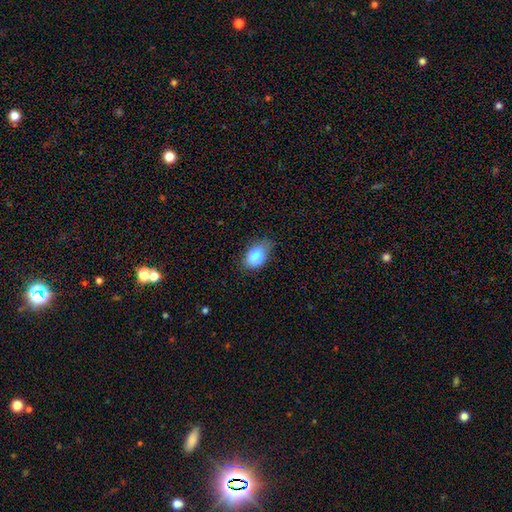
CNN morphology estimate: Smooth or featured?
  - smooth: 83% *
  - featured or disk: 9%
  - star or artifact: 8%
How rounded?
  - in between: 85% *
  - round: 14%
  - cigar-shaped: 1%
Merging?
  - none: 64% *
  - minor disturbance: 28%
  - major disturbance: 6%
  - merger: 1%